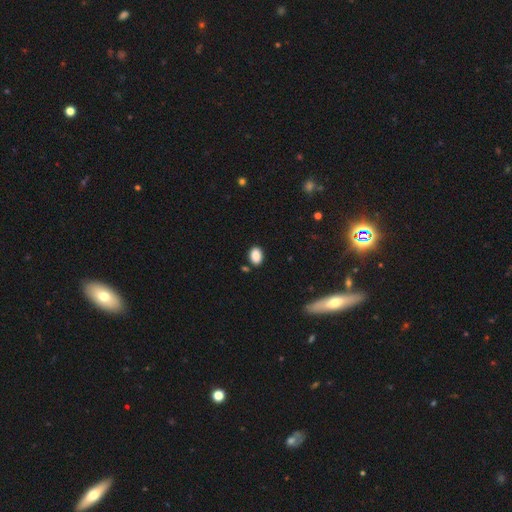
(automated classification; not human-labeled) smooth 88%, star or artifact 8%, featured or disk 4%. Down the decision tree: how rounded — in between (82%); merging — none (84%).